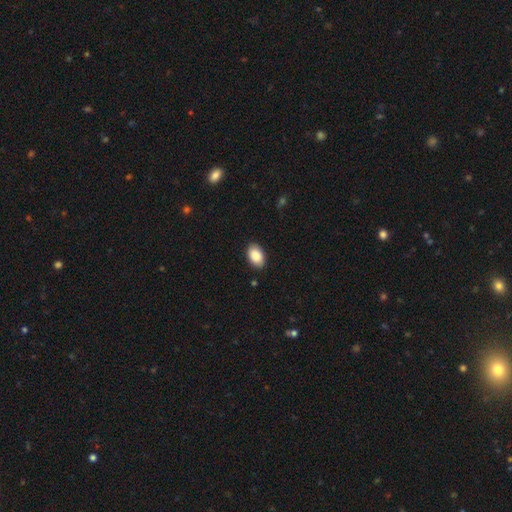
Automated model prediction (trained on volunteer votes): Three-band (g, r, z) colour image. It shows a smooth galaxy with no disk features (90%) that is in between round and cigar-shaped (91%). Merging: none (87%).